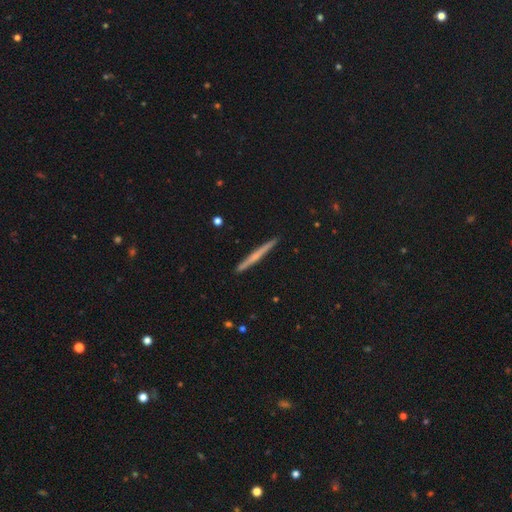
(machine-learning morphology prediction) smooth_or_featured: featured or disk (p=0.49) [alt: smooth p=0.45]
merging: none (p=0.92) [alt: minor disturbance p=0.06]